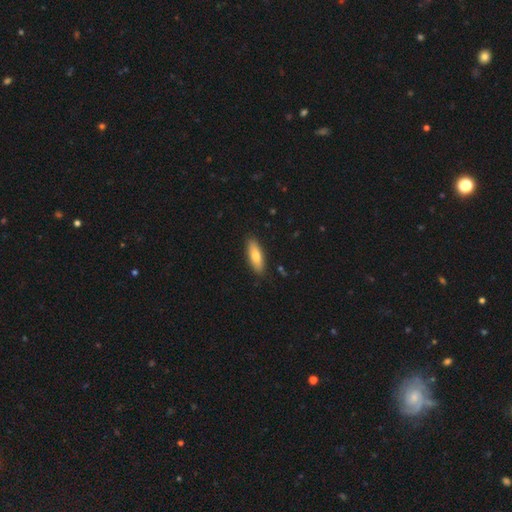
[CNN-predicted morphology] This is likely a smooth galaxy (77%). How rounded: possibly in between (58%). Merging: clearly none (87%).